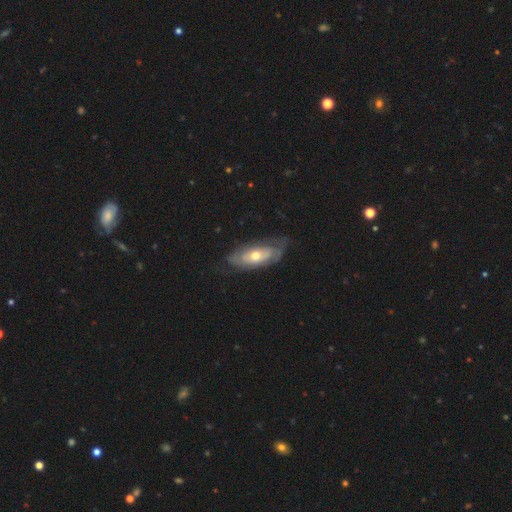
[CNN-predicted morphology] Smooth or featured? Predicted: featured or disk (p=0.69). Edge-on disk? Predicted: no (p=0.86). Bar? Predicted: no (p=0.82). Spiral arms? Predicted: yes (p=0.64). Bulge size? Predicted: moderate (p=0.71). Merging? Predicted: none (p=0.67).